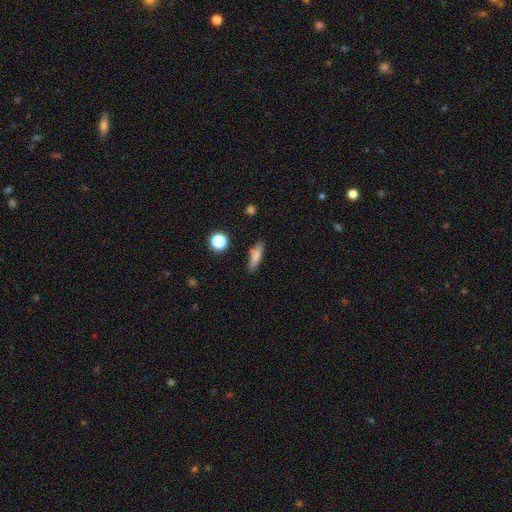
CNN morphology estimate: smooth_or_featured: smooth (p=0.77) [alt: featured or disk p=0.13]
how_rounded: cigar-shaped (p=0.61) [alt: in between p=0.35]
merging: none (p=0.82) [alt: minor disturbance p=0.13]